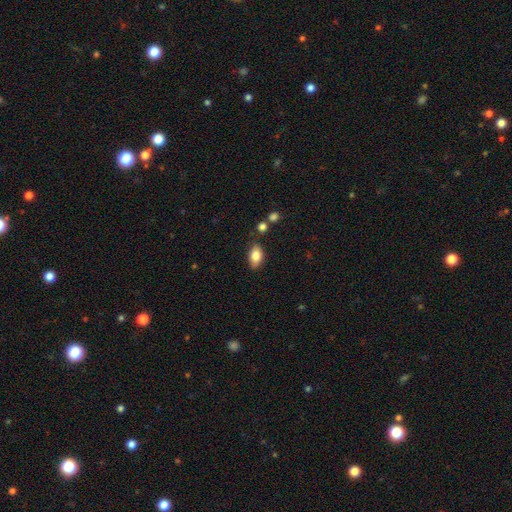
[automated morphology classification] This appears to be a smooth galaxy with no disk features (82%) that is in between round and cigar-shaped (89%). Merging: none (79%).